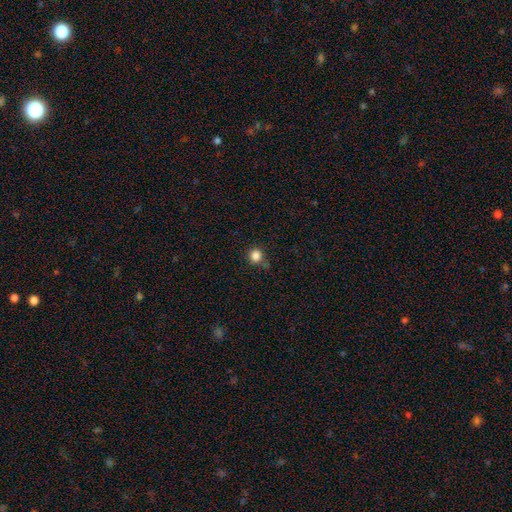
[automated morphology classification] This appears to be a smooth galaxy with no disk features (84%) that is round (91%). Merging: none (78%).